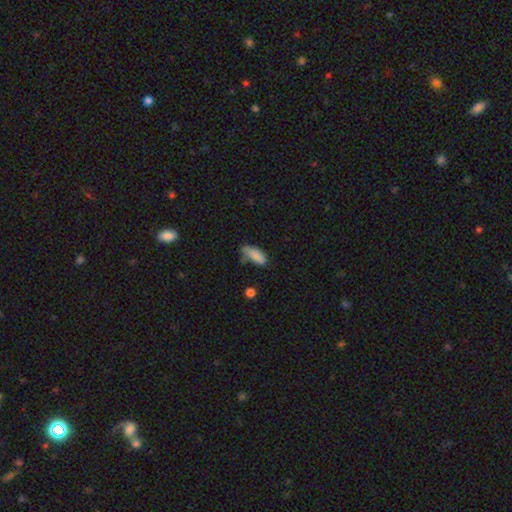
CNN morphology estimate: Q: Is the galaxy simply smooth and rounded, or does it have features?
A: smooth — 83%.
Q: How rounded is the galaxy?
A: in between — 73%.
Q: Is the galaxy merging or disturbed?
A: none — 46%.